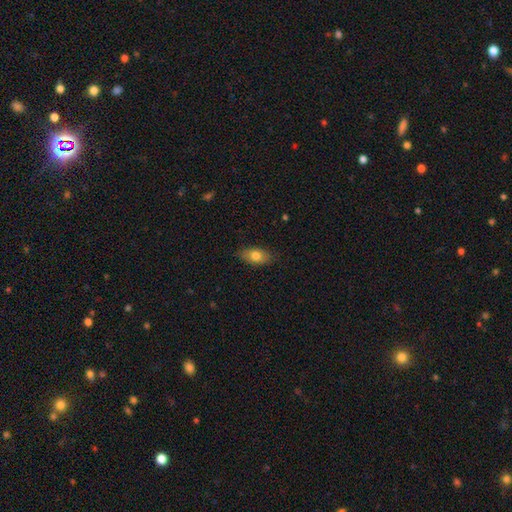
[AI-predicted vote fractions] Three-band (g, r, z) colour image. It shows a smooth galaxy with no disk features (77%) that is in between round and cigar-shaped (87%). Merging: none (83%).